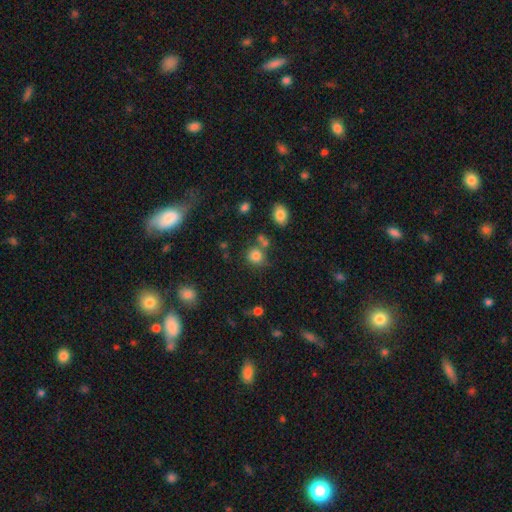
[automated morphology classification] Smooth or featured?
  - smooth: 81% *
  - star or artifact: 13%
  - featured or disk: 7%
How rounded?
  - round: 83% *
  - in between: 16%
  - cigar-shaped: 1%
Merging?
  - none: 66% *
  - merger: 16%
  - minor disturbance: 13%
  - major disturbance: 5%